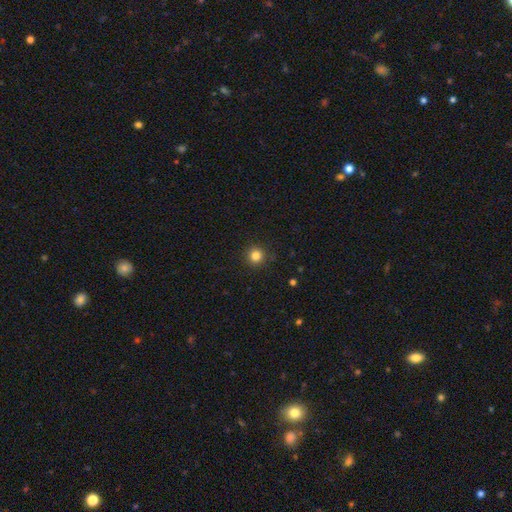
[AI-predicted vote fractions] This appears to be a smooth galaxy with no disk features (83%) that is round (95%). Merging: none (91%).